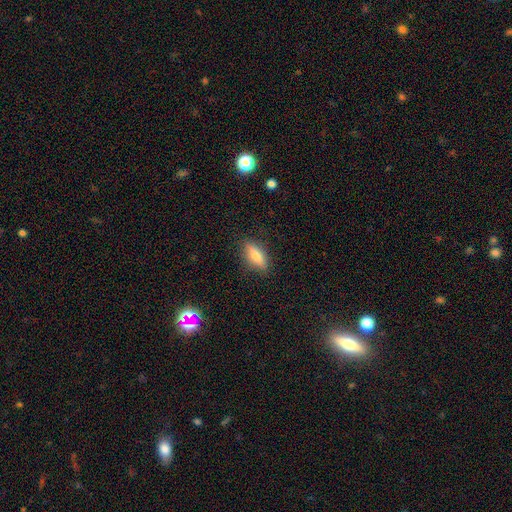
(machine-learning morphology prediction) The model was most divided on "how rounded": in between: 59%, cigar-shaped: 38%, round: 3%. More confident: merging — none (85%); smooth or featured — smooth (71%).